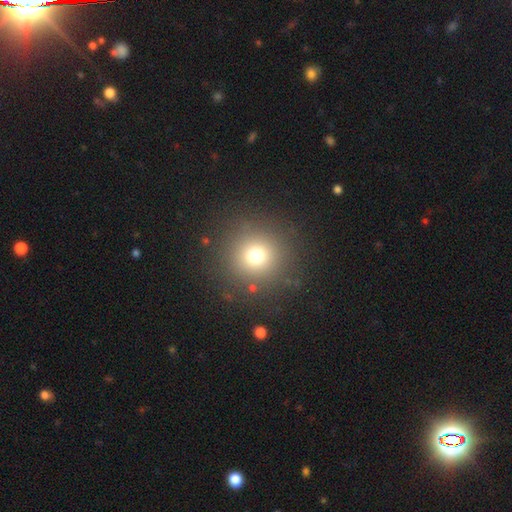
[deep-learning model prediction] Q: Smooth or featured?
A: smooth (73%); runner-up: star or artifact (18%)
Q: How rounded?
A: round (94%); runner-up: in between (5%)
Q: Merging?
A: none (87%); runner-up: minor disturbance (7%)